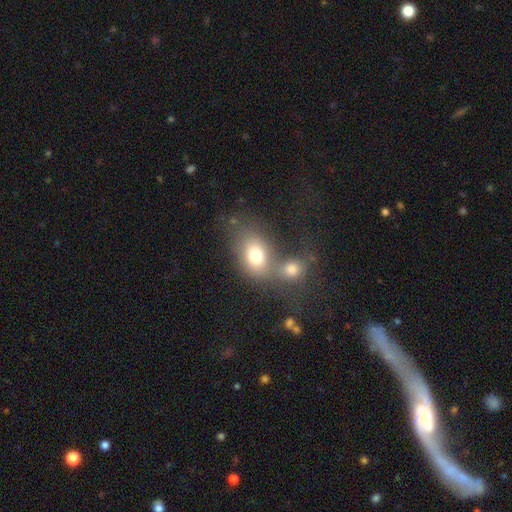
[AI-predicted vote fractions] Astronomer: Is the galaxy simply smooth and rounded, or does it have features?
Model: smooth — 76%.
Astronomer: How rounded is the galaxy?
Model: in between — 75%.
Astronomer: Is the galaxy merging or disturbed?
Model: merger — 50% (runner-up: none, 32%).